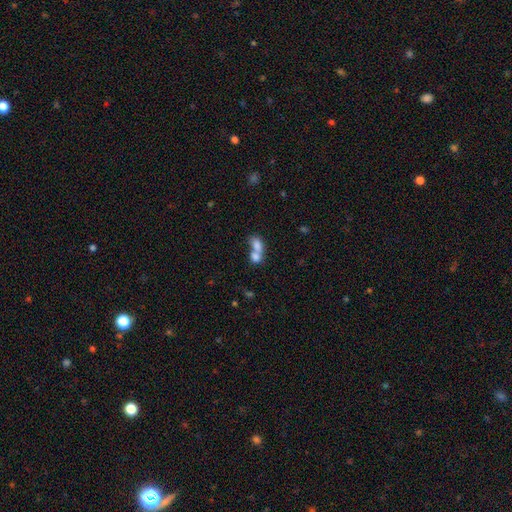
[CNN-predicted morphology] Smooth or featured? Predicted: smooth (p=0.75). How rounded? Predicted: in between (p=0.73). Merging? Predicted: merger (p=0.75).